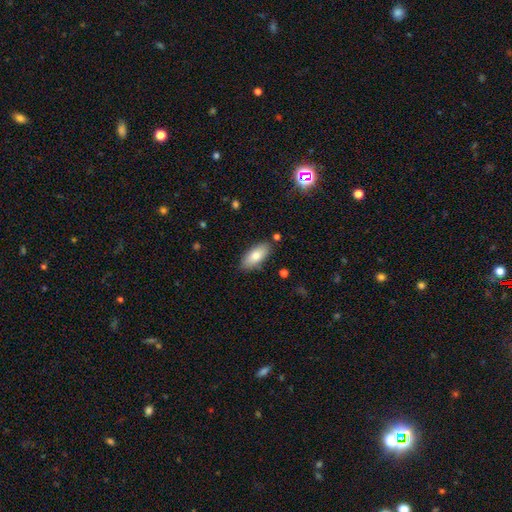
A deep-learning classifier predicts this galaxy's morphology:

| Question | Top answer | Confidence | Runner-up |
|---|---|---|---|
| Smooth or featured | smooth | 78% | featured or disk (16%) |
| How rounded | in between | 86% | cigar-shaped (12%) |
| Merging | none | 84% | minor disturbance (11%) |